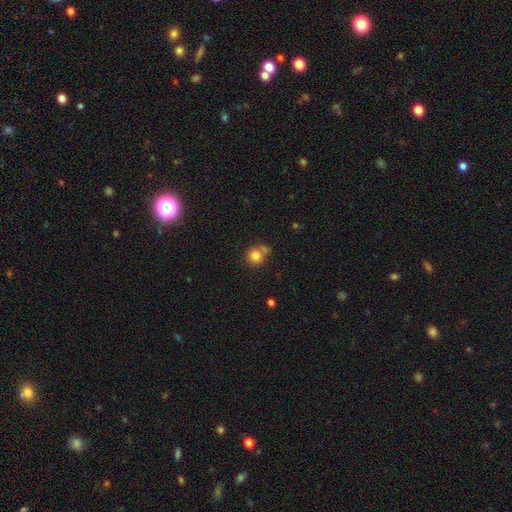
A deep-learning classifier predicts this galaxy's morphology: A smooth galaxy with no disk features (81%) that is round (88%).

Vote fractions:
- Smooth or featured? smooth: 81% / star or artifact: 11% / featured or disk: 8%
- How rounded? round: 88% / in between: 11% / cigar-shaped: 1%
- Merging? none: 60% / merger: 22% / minor disturbance: 14% / major disturbance: 5%